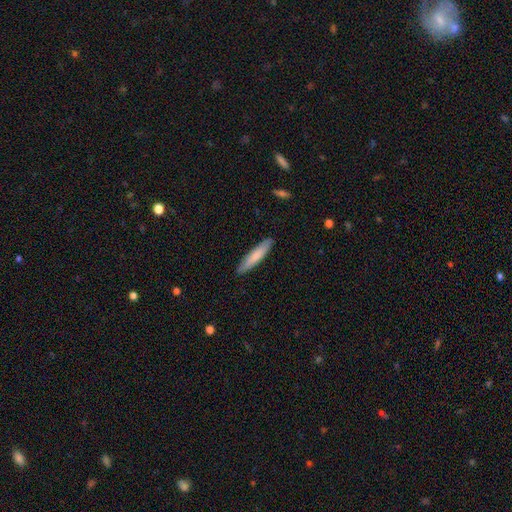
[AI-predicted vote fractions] Smooth or featured?
  - smooth: 77% *
  - featured or disk: 18%
  - star or artifact: 5%
How rounded?
  - cigar-shaped: 89% *
  - in between: 10%
  - round: 1%
Merging?
  - none: 90% *
  - minor disturbance: 8%
  - major disturbance: 1%
  - merger: 1%